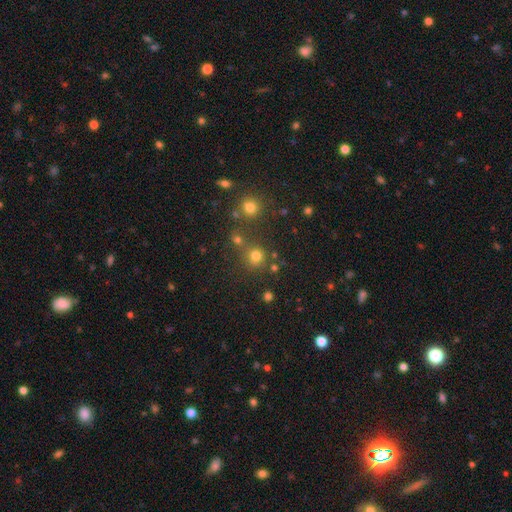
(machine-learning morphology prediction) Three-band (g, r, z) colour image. It shows a smooth galaxy with no disk features (73%) that is round (89%). Merging: none (68%).